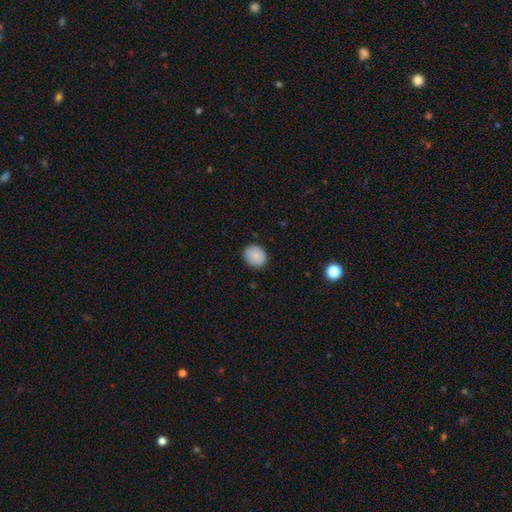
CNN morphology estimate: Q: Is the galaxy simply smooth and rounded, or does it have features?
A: smooth — 88%.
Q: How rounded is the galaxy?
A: round — 67%.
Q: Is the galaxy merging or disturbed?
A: none — 88%.